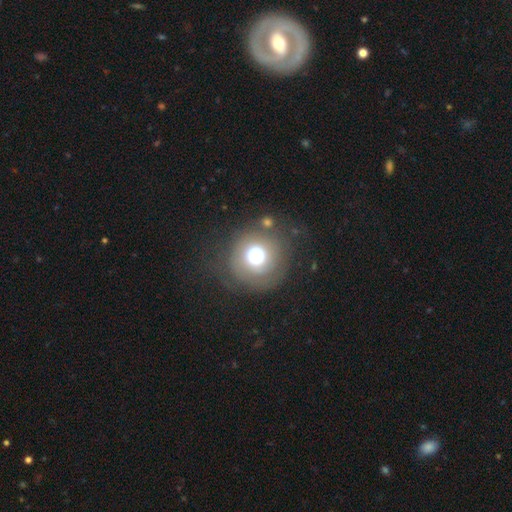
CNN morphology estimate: smooth-or-featured: smooth: 63% | featured or disk: 25% | star or artifact: 12%
  how-rounded: round: 93% | in between: 6% | cigar-shaped: 1%
  merging: none: 68% | minor disturbance: 15% | major disturbance: 13% | merger: 4%